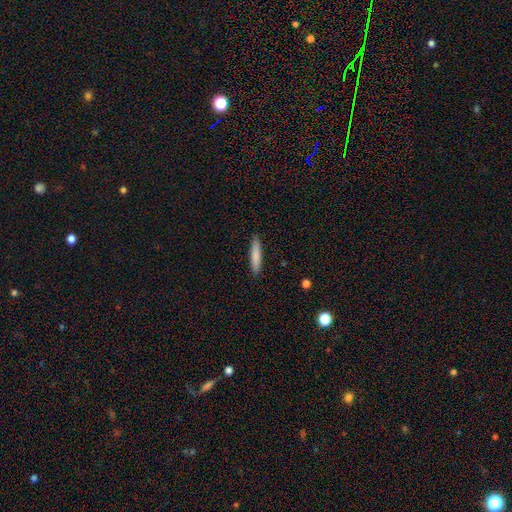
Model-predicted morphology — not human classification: This appears to be a smooth galaxy with no disk features (82%) that is cigar-shaped (88%). Merging: none (89%).